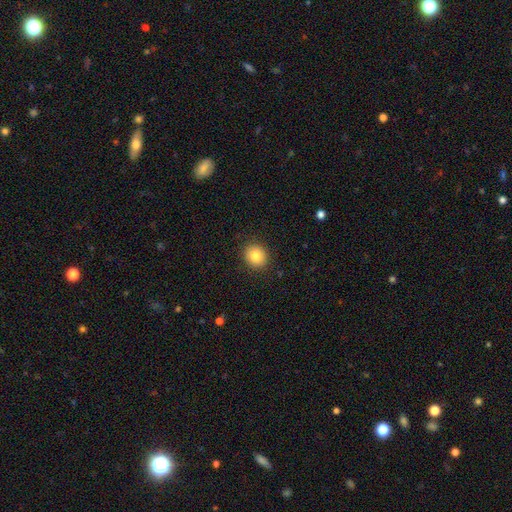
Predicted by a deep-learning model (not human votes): This is clearly a smooth galaxy (83%). How rounded: clearly round (81%). Merging: clearly none (90%).